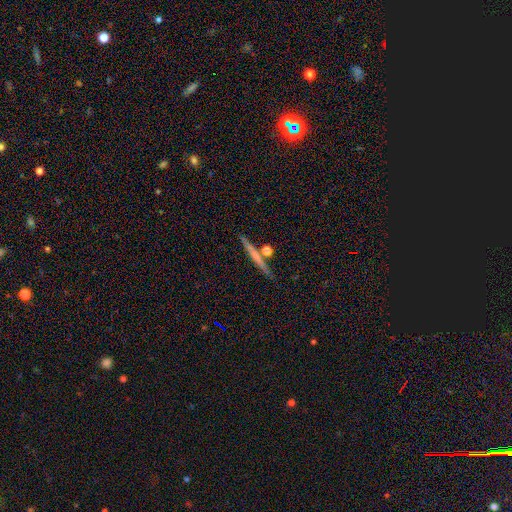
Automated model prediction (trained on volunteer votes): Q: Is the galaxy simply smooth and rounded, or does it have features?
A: smooth — 47%.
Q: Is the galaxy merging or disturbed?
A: none — 80%.